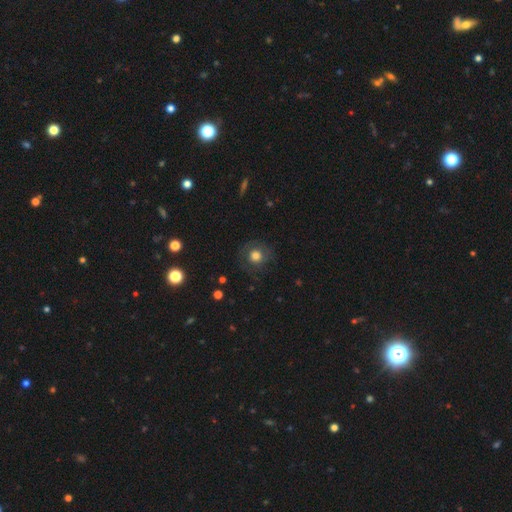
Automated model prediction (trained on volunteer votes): Morphology: type=smooth (67%); roundness=round (91%); merging=none (77%).